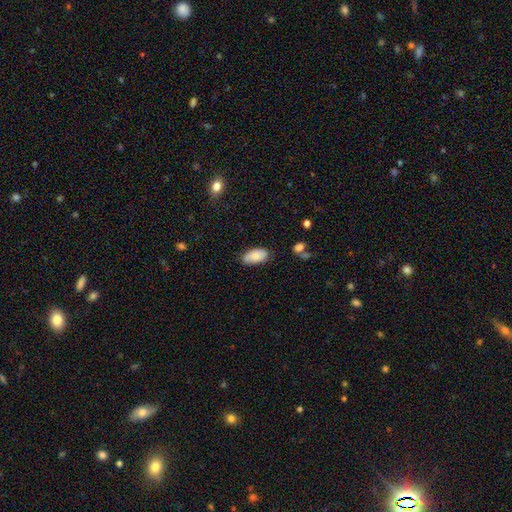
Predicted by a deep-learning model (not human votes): smooth 85%, featured or disk 9%, star or artifact 7%. Down the decision tree: how rounded — in between (93%); merging — none (80%).